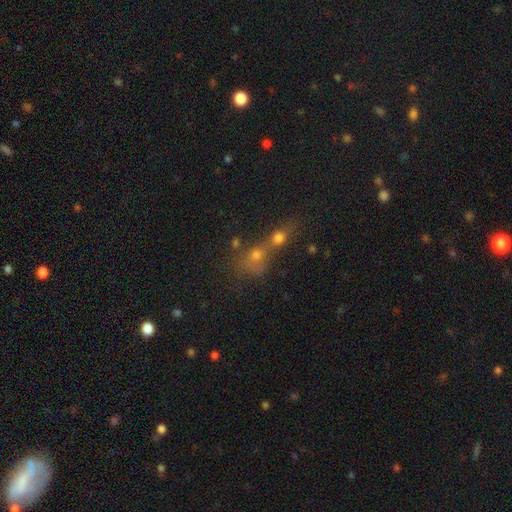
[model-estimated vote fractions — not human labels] Morphology: type=smooth (59%); roundness=round (64%); merging=merger (69%).